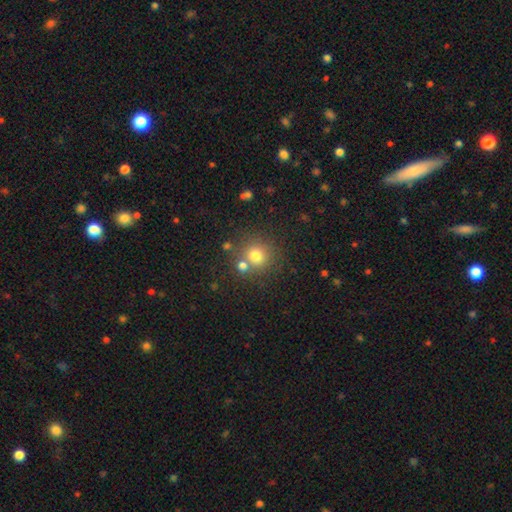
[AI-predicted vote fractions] Smooth or featured? smooth (74%)
How rounded? round (90%)
Merging? none (67%)